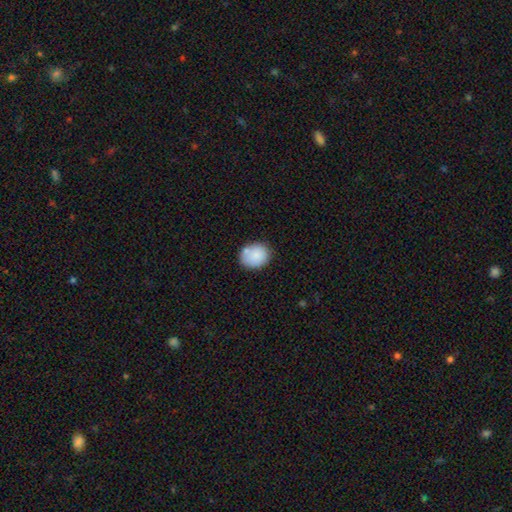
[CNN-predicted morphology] A smooth galaxy with no disk features (84%) that is round (66%). Merging: none (70%).